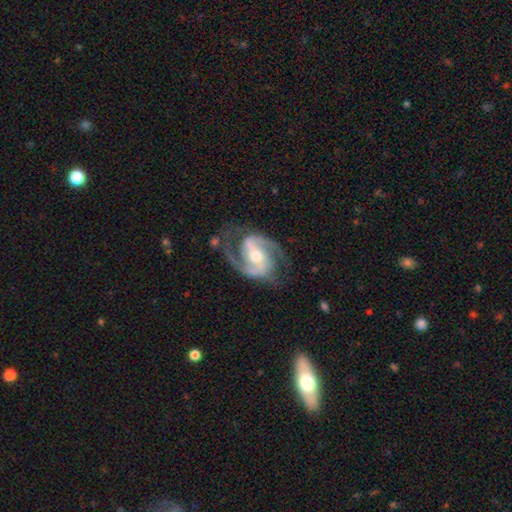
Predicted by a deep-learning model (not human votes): Smooth or featured? featured or disk (91%)
Edge-on disk? no (97%)
Bar? weak (39%, tied with strong)
Spiral arms? yes (97%)
Spiral winding? medium (59%)
Spiral arm count? 2 (91%)
Bulge size? moderate (64%)
Merging? none (72%)